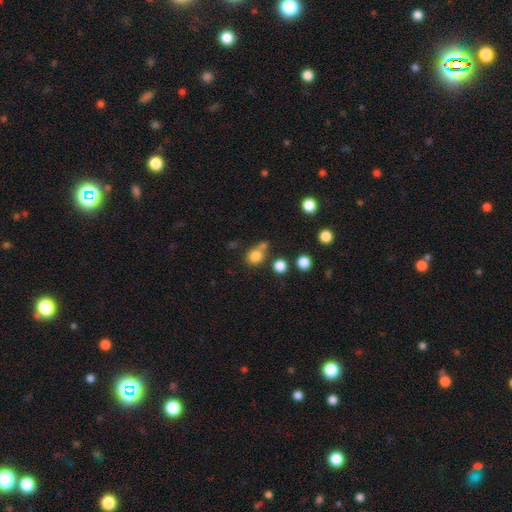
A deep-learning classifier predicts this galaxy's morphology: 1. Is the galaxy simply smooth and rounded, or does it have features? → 80% smooth, 13% star or artifact, 7% featured or disk.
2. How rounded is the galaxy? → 85% round, 14% in between, 1% cigar-shaped.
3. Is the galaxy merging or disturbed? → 60% none, 26% merger, 10% minor disturbance, 4% major disturbance.